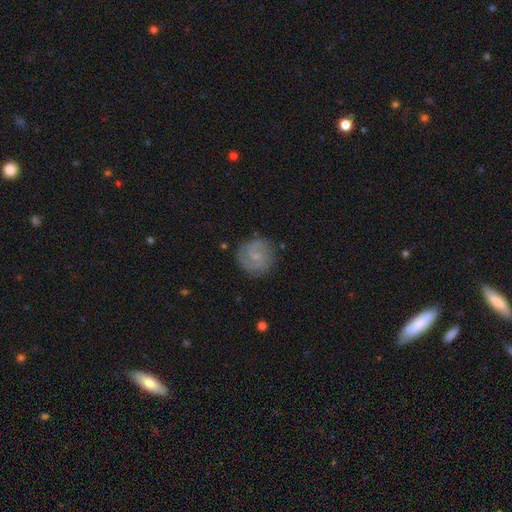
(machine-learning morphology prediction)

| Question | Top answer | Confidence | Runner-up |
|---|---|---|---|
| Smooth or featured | featured or disk | 64% | smooth (29%) |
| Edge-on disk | no | 98% | yes (2%) |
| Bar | no | 58% | weak (36%) |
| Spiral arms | yes | 90% | no (10%) |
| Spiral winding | tight | 47% | medium (40%) |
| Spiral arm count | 2 | 66% | can't tell (17%) |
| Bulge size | small | 71% | moderate (19%) |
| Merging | none | 81% | minor disturbance (14%) |